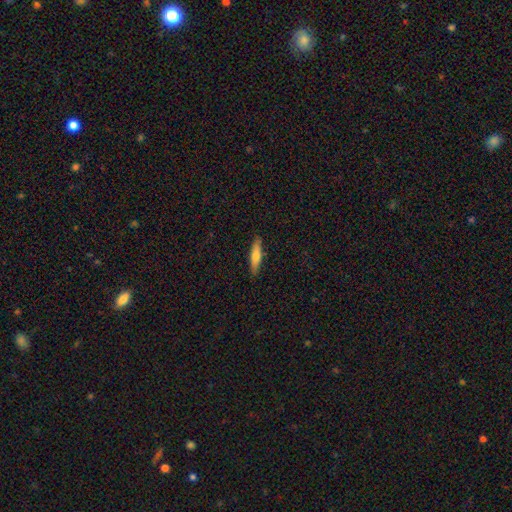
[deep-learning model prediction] smooth-or-featured: smooth: 63% | featured or disk: 31% | star or artifact: 6%
  how-rounded: cigar-shaped: 78% | in between: 20% | round: 2%
  merging: none: 89% | minor disturbance: 8% | major disturbance: 2% | merger: 1%